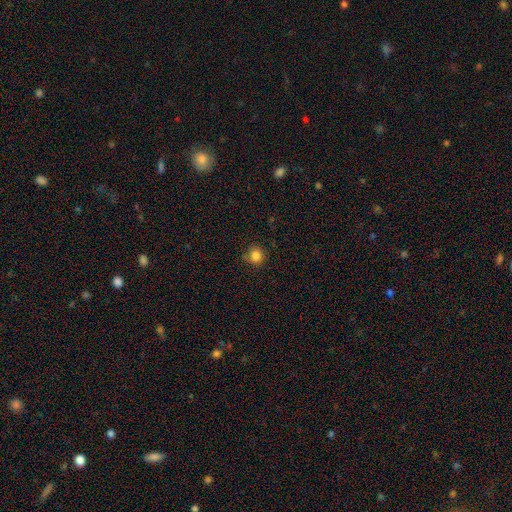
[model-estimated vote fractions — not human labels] A smooth galaxy with no disk features (84%) that is round (86%).

Vote fractions:
- Smooth or featured? smooth: 84% / star or artifact: 12% / featured or disk: 5%
- How rounded? round: 86% / in between: 13% / cigar-shaped: 1%
- Merging? none: 81% / minor disturbance: 14% / major disturbance: 3% / merger: 1%